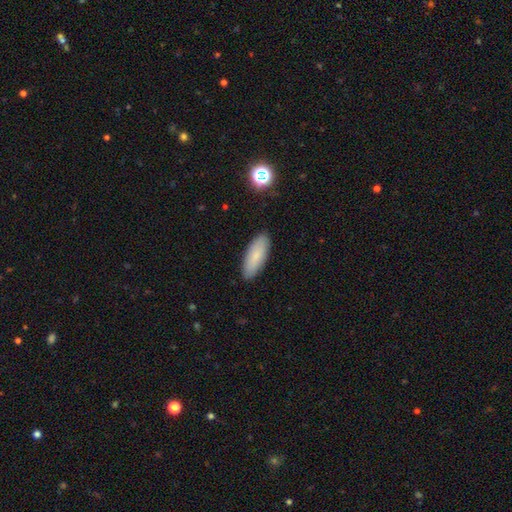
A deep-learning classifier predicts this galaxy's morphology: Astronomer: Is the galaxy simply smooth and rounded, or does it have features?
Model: smooth — 80%.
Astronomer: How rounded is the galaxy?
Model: in between — 71%.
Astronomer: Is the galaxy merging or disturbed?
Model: none — 88%.